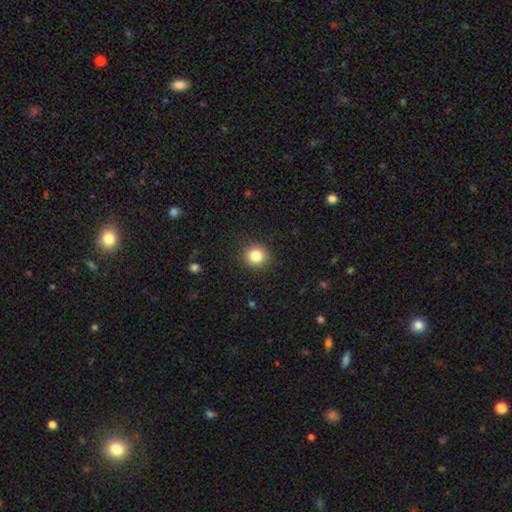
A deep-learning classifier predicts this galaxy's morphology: smooth_or_featured: smooth (p=0.83) [alt: star or artifact p=0.11]
how_rounded: round (p=0.89) [alt: in between p=0.10]
merging: none (p=0.91) [alt: minor disturbance p=0.06]